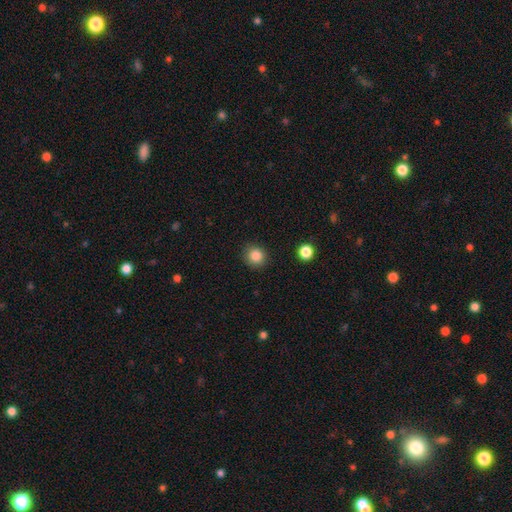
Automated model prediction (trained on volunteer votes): Smooth or featured? smooth (85%)
How rounded? round (88%)
Merging? none (89%)